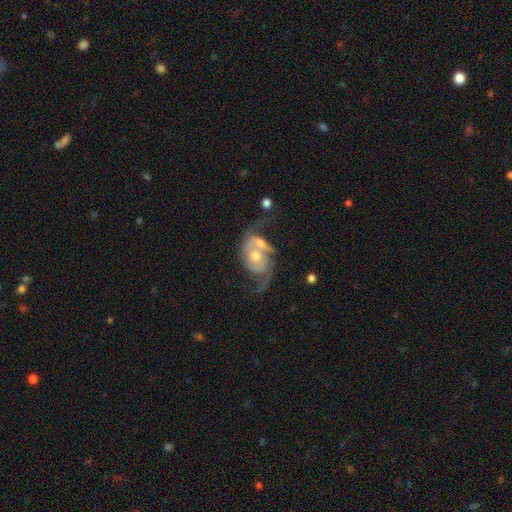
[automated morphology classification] A featured or disk galaxy (74%) with no bar (71%), 2 (69%) loose (44%) spiral arms (83%) and a moderate central bulge (66%). Merging: merger (47%).